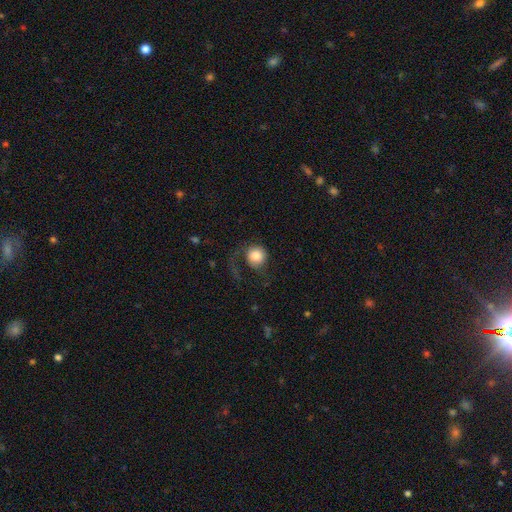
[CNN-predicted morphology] Overall: smooth (76%). How rounded: round (88%). Merging: none (49%; major disturbance 31%).